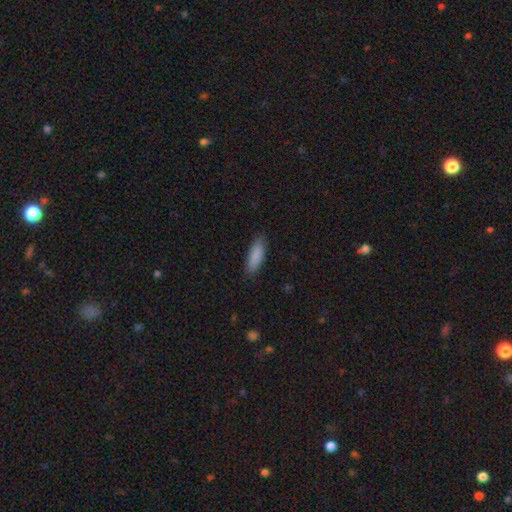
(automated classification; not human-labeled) Overall: smooth (88%). How rounded: in between (54%; cigar-shaped 45%). Merging: none (86%).